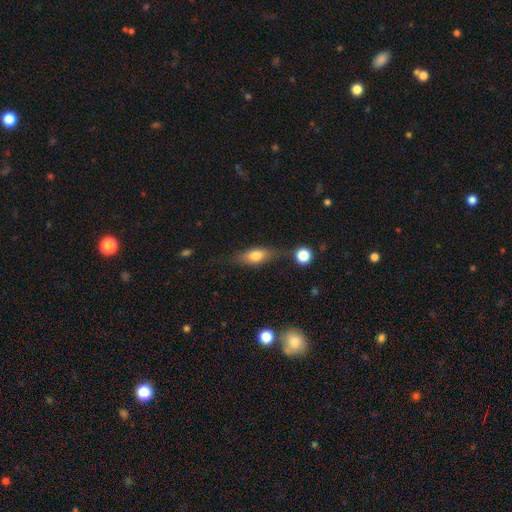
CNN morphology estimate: type=smooth (67%); roundness=in between (68%); merging=none (66%).